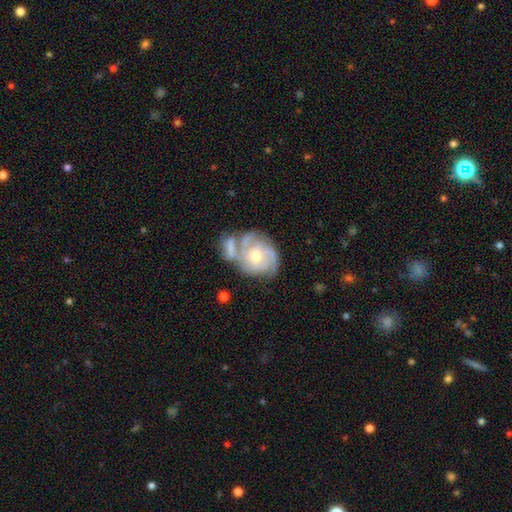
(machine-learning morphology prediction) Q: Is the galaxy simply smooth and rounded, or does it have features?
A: featured or disk — 80%.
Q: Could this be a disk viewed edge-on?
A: no — 97%.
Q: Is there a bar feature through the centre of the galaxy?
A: no — 71%.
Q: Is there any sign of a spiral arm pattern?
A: yes — 93%.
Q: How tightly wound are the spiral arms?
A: tight — 57%.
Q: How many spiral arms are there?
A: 3 — 35%.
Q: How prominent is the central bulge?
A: moderate — 55%.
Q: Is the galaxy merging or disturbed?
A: none — 41%.